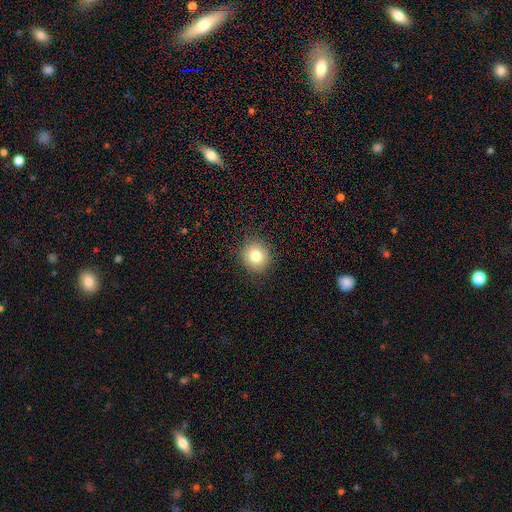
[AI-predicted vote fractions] This is clearly a smooth galaxy (80%). How rounded: clearly round (88%). Merging: clearly none (89%).